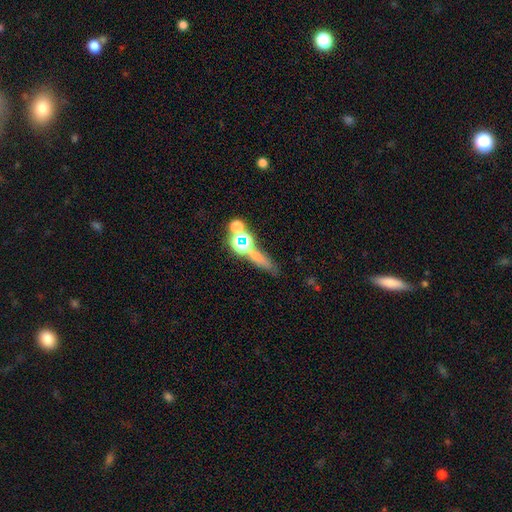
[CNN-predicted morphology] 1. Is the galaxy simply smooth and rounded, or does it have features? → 51% smooth, 31% star or artifact, 18% featured or disk.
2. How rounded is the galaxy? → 58% cigar-shaped, 21% round, 21% in between.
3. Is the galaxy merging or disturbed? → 59% none, 20% merger, 13% minor disturbance, 8% major disturbance.